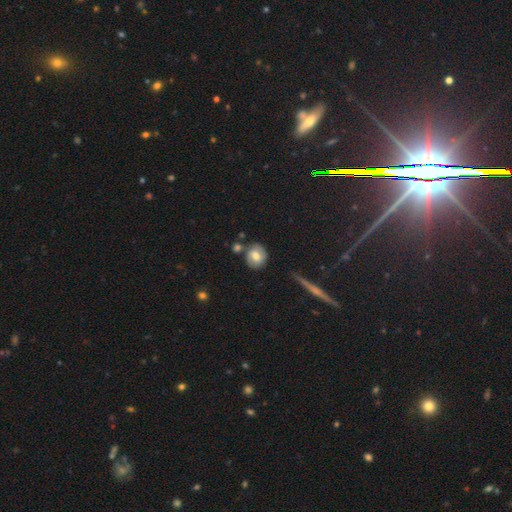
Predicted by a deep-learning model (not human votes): This is possibly a smooth galaxy (58%). How rounded: likely round (65%). Merging: likely none (69%).